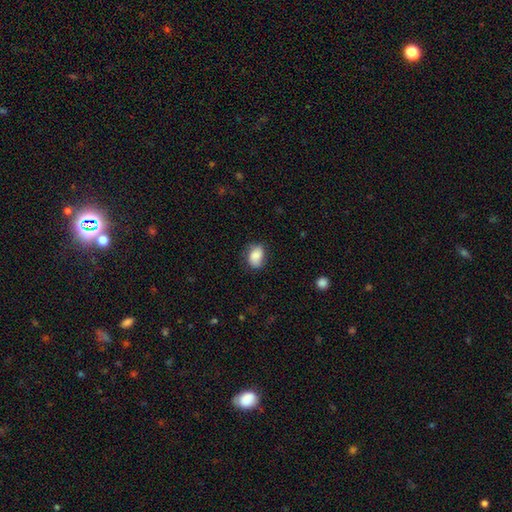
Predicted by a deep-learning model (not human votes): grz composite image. It shows a smooth galaxy with no disk features (83%) that is in between round and cigar-shaped (81%). Merging: none (64%).